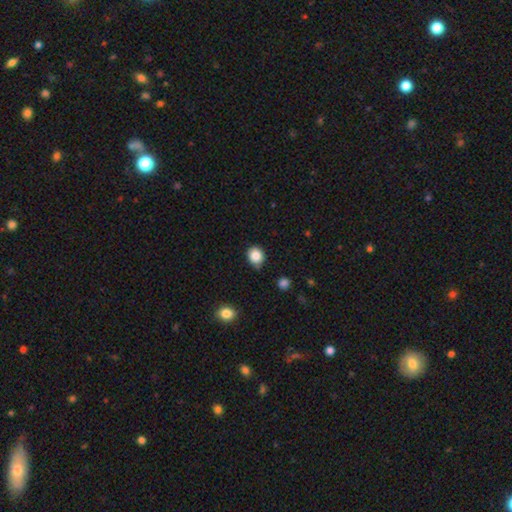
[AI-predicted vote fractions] Overall: smooth (85%). How rounded: round (73%). Merging: none (72%).